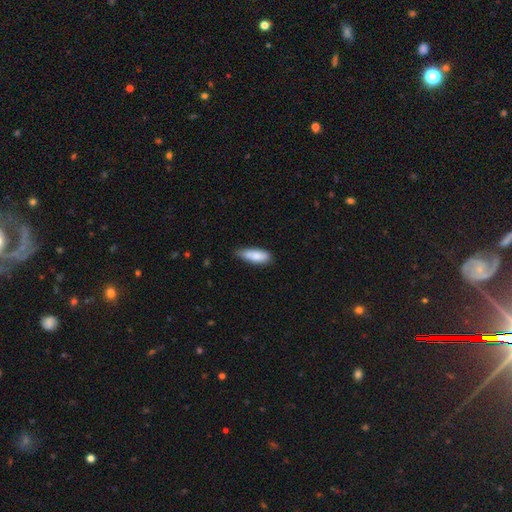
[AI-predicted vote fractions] Smooth or featured? Predicted: smooth (p=0.84). How rounded? Predicted: in between (p=0.64). Merging? Predicted: none (p=0.62).